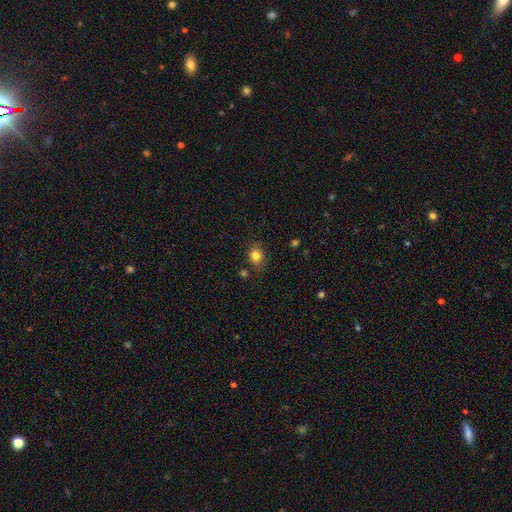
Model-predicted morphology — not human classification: Smooth or featured: smooth — 82% (star or artifact — 11%)
How rounded: round — 63% (in between — 36%)
Merging: none — 80% (minor disturbance — 14%)